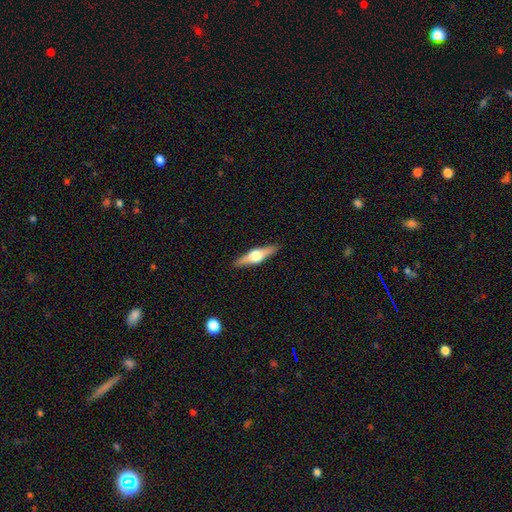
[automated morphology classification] This is likely a featured or disk galaxy (66%). It is clearly viewed edge-on (97%). Edge-on bulge: clearly rounded (95%). Merging: clearly none (91%).